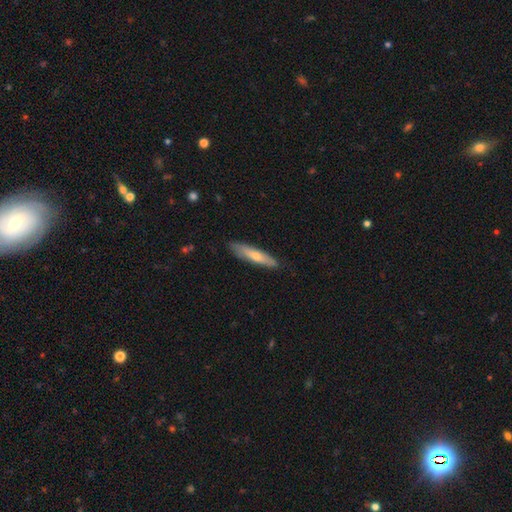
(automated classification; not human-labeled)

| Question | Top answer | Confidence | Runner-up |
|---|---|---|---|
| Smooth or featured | smooth | 56% | featured or disk (38%) |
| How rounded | cigar-shaped | 87% | in between (12%) |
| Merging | none | 86% | minor disturbance (11%) |